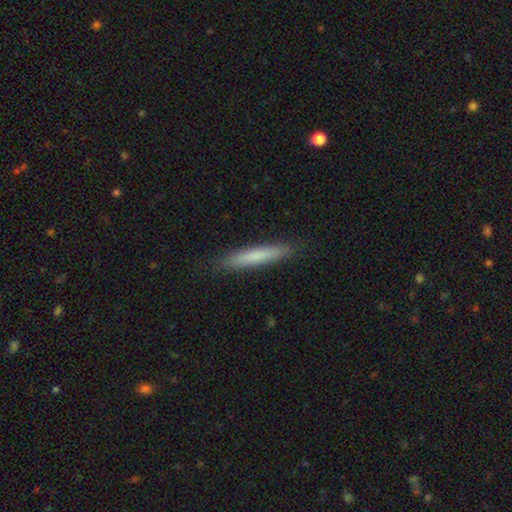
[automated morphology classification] Smooth or featured: smooth — 76% (featured or disk — 19%)
How rounded: cigar-shaped — 94% (in between — 5%)
Merging: none — 89% (minor disturbance — 8%)